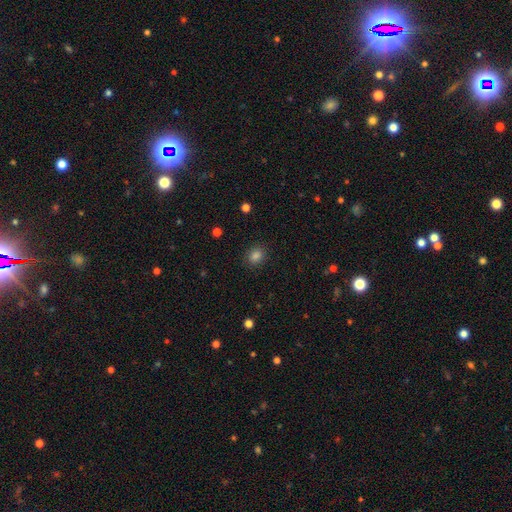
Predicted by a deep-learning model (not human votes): Smooth or featured?
  - smooth: 84% *
  - star or artifact: 12%
  - featured or disk: 4%
How rounded?
  - round: 61% *
  - in between: 38%
  - cigar-shaped: 1%
Merging?
  - none: 88% *
  - minor disturbance: 8%
  - major disturbance: 3%
  - merger: 1%